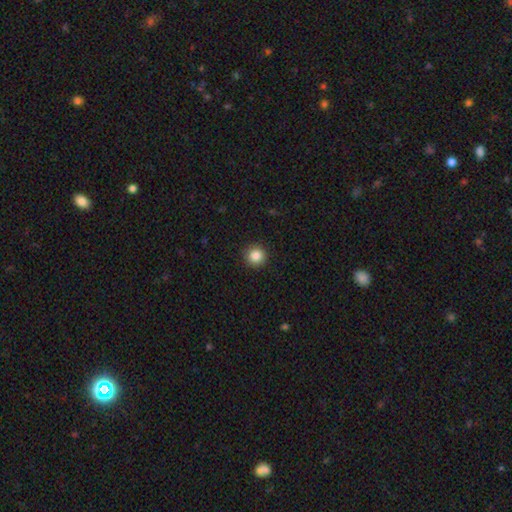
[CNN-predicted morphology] A smooth galaxy with no disk features (86%) that is round (95%).

Vote fractions:
- Smooth or featured? smooth: 86% / star or artifact: 10% / featured or disk: 4%
- How rounded? round: 95% / in between: 4% / cigar-shaped: 1%
- Merging? none: 92% / minor disturbance: 5% / major disturbance: 2% / merger: 1%